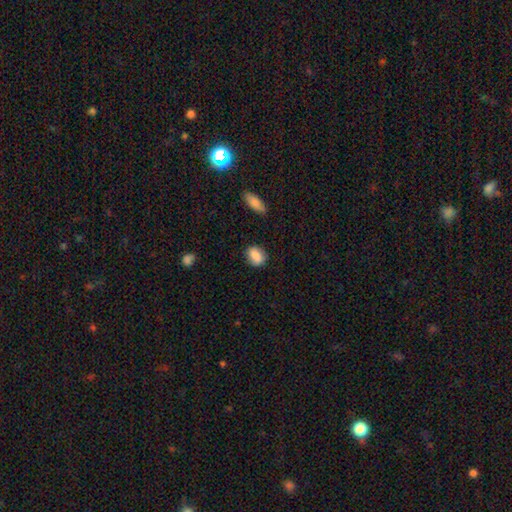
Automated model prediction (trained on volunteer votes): This appears to be a smooth galaxy with no disk features (84%) that is in between round and cigar-shaped (66%). Merging: none (78%).